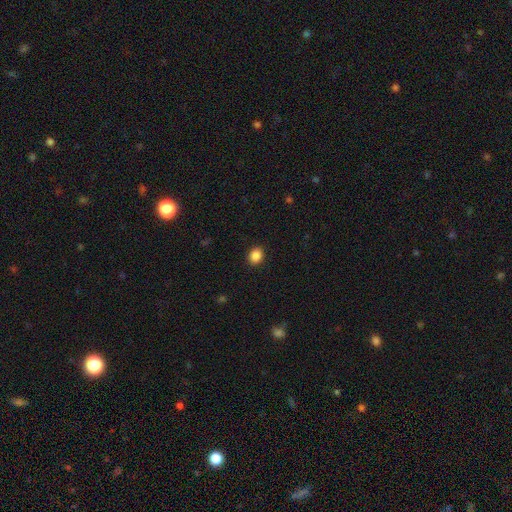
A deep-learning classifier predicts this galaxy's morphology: smooth-or-featured: smooth: 87% | star or artifact: 9% | featured or disk: 3%
  how-rounded: round: 55% | in between: 44% | cigar-shaped: 1%
  merging: none: 91% | minor disturbance: 6% | major disturbance: 2% | merger: 1%